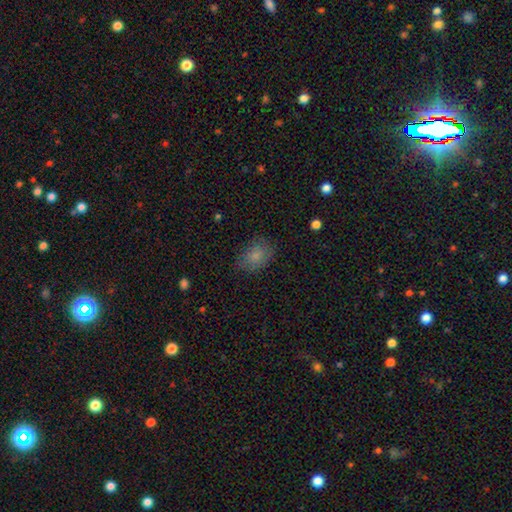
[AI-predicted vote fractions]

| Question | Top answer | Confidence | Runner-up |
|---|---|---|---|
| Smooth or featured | smooth | 80% | featured or disk (10%) |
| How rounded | in between | 76% | round (23%) |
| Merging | none | 75% | minor disturbance (18%) |